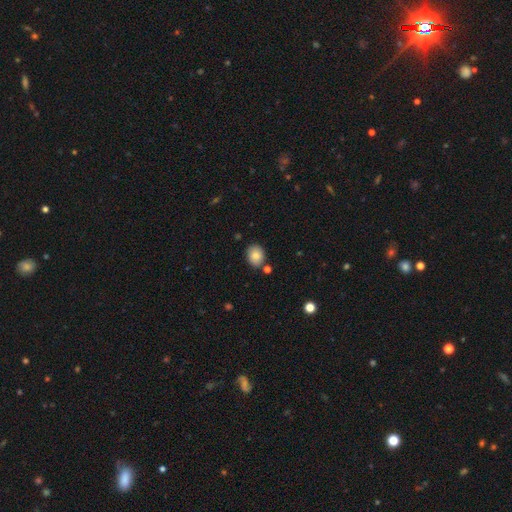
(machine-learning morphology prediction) Smooth or featured: smooth — 84% (star or artifact — 9%)
How rounded: round — 59% (in between — 40%)
Merging: none — 80% (minor disturbance — 11%)